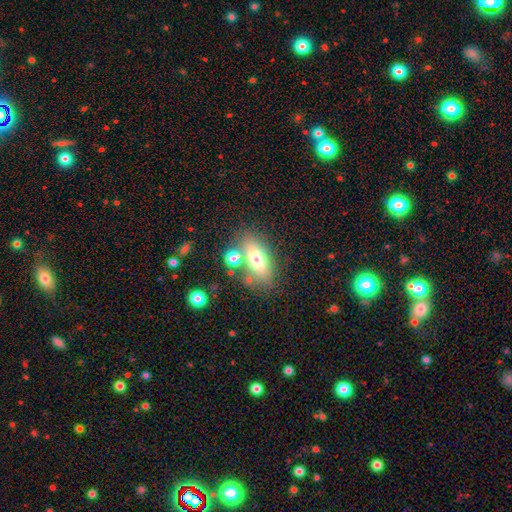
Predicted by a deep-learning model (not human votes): Morphology: type=smooth (67%); roundness=in between (78%); merging=none (71%).